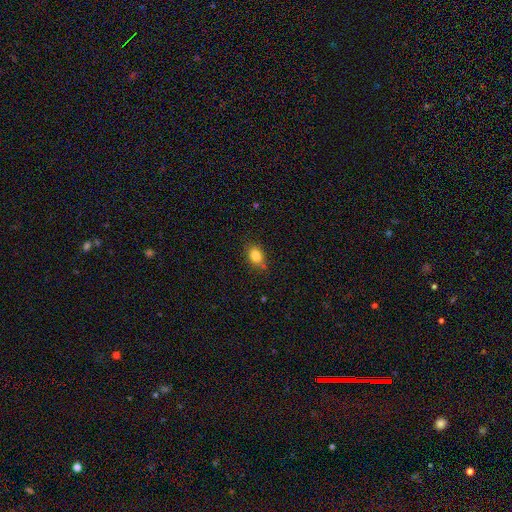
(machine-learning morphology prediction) smooth_or_featured: smooth (p=0.84) [alt: star or artifact p=0.10]
how_rounded: in between (p=0.72) [alt: round p=0.26]
merging: none (p=0.75) [alt: minor disturbance p=0.18]